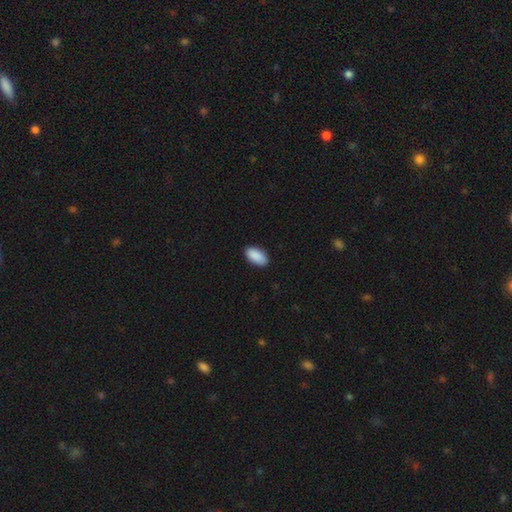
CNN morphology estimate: Smooth or featured? Predicted: smooth (p=0.91). How rounded? Predicted: in between (p=0.95). Merging? Predicted: none (p=0.89).